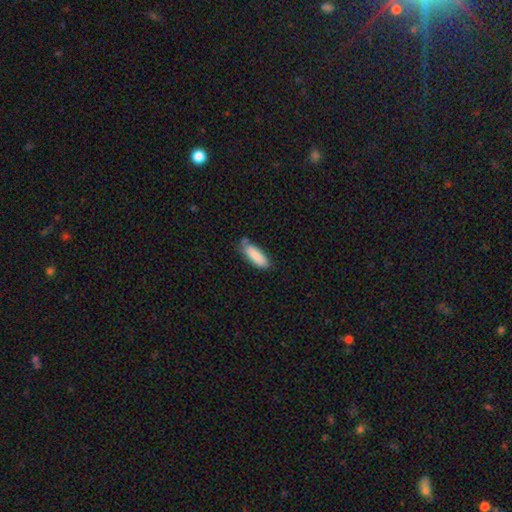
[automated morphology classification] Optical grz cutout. It shows a smooth galaxy with no disk features (86%) that is in between round and cigar-shaped (57%). Merging: none (68%).